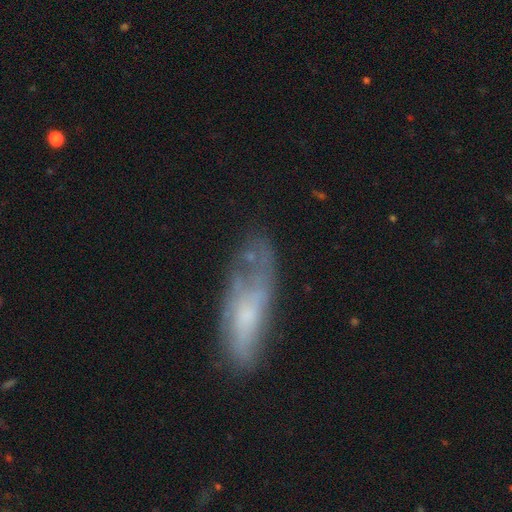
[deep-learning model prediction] The model was most divided on "smooth or featured": featured or disk: 47%, smooth: 43%, star or artifact: 10%. More confident: merging — none (51%).